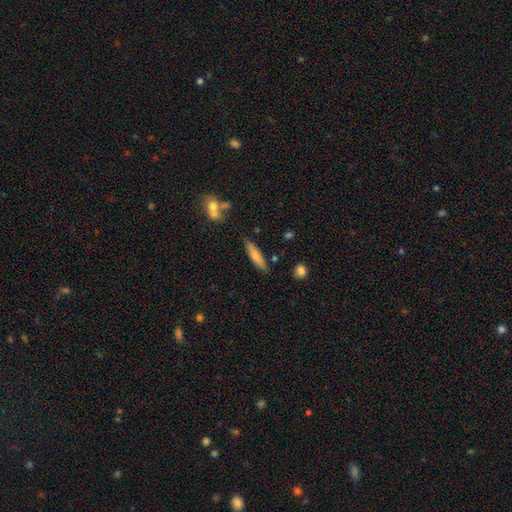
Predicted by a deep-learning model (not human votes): A smooth galaxy with no disk features (72%) that is cigar-shaped (77%).

Vote fractions:
- Smooth or featured? smooth: 72% / featured or disk: 22% / star or artifact: 6%
- How rounded? cigar-shaped: 77% / in between: 22% / round: 2%
- Merging? none: 80% / minor disturbance: 13% / merger: 4% / major disturbance: 3%